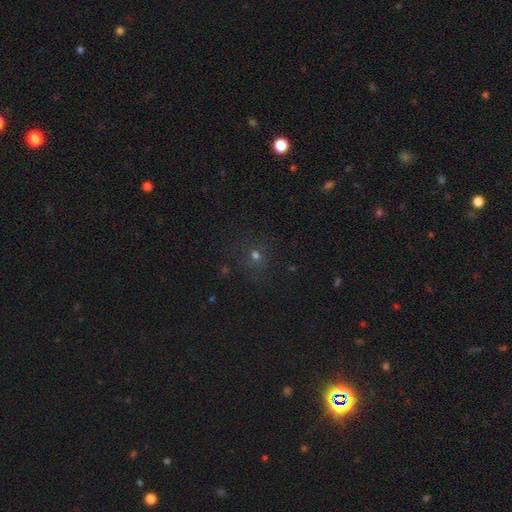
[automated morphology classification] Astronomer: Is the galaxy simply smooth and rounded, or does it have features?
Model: smooth — 52% (runner-up: star or artifact, 37%).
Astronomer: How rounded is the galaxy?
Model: round — 85%.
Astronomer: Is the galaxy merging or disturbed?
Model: none — 77%.